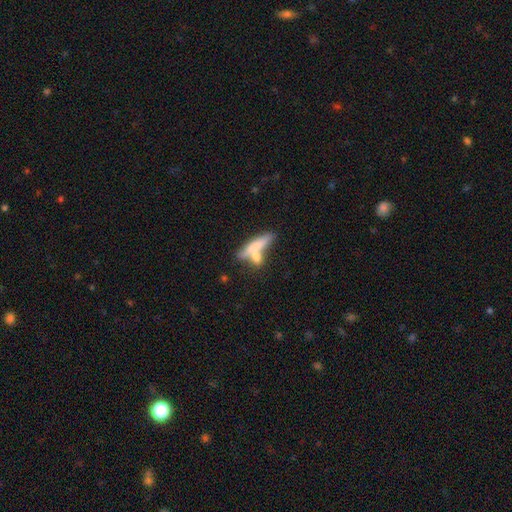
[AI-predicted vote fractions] smooth 70%, featured or disk 24%, star or artifact 7%. Down the decision tree: how rounded — cigar-shaped (61%); merging — merger (42%).